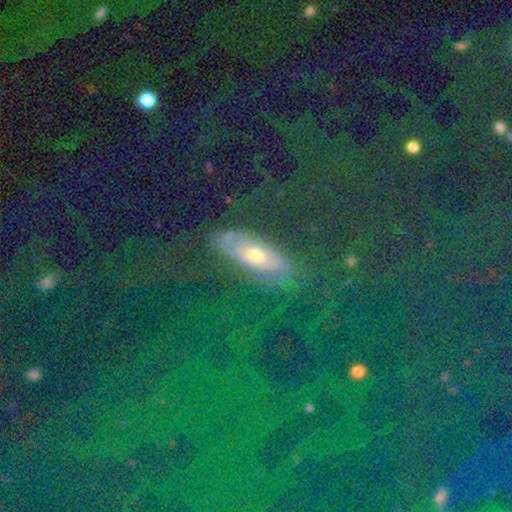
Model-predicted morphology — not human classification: Overall: smooth (35%, tied with featured or disk). Merging: none (76%).